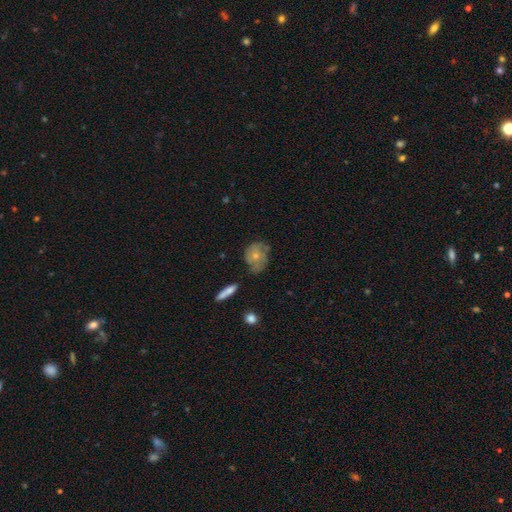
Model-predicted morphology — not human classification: smooth_or_featured: smooth (p=0.55) [alt: featured or disk p=0.38]
how_rounded: round (p=0.50) [alt: in between p=0.48]
merging: none (p=0.48) [alt: minor disturbance p=0.33]